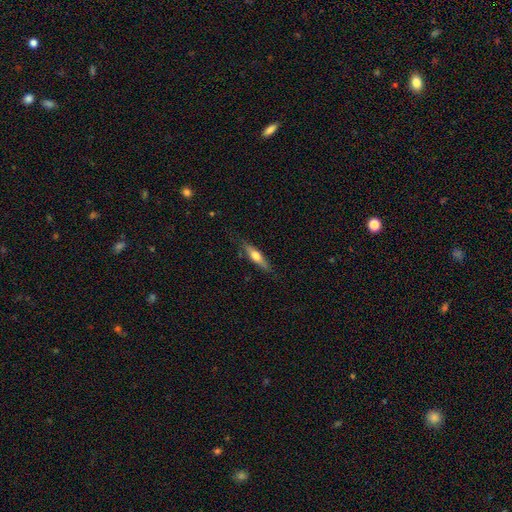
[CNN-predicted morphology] smooth_or_featured: smooth (p=0.53) [alt: featured or disk p=0.41]
how_rounded: cigar-shaped (p=0.73) [alt: in between p=0.25]
merging: none (p=0.79) [alt: minor disturbance p=0.16]